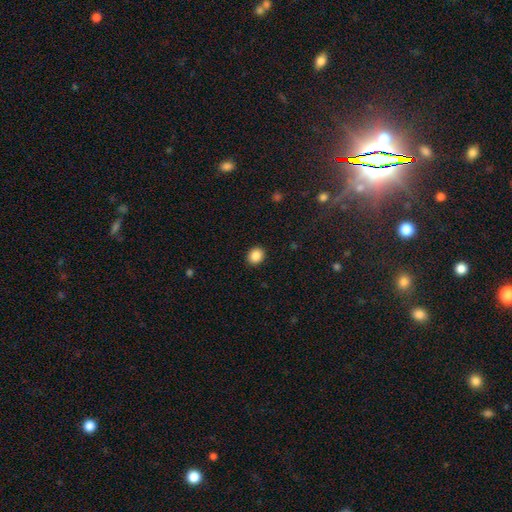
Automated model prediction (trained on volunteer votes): This is clearly a smooth galaxy (87%). How rounded: likely round (67%). Merging: clearly none (91%).